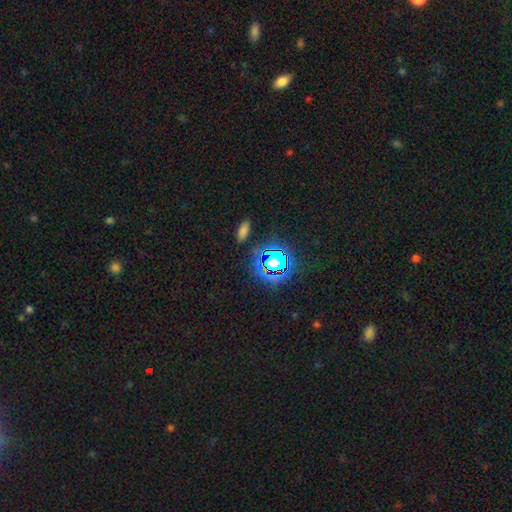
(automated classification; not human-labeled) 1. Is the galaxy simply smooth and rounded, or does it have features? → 79% star or artifact, 14% smooth, 7% featured or disk.